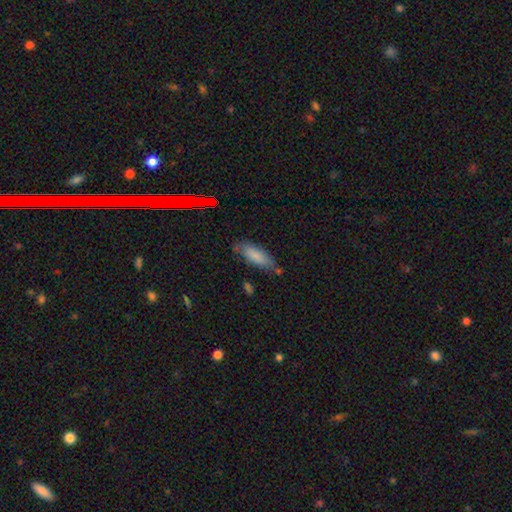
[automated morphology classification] type=smooth (81%); roundness=in between (64%); merging=none (65%).